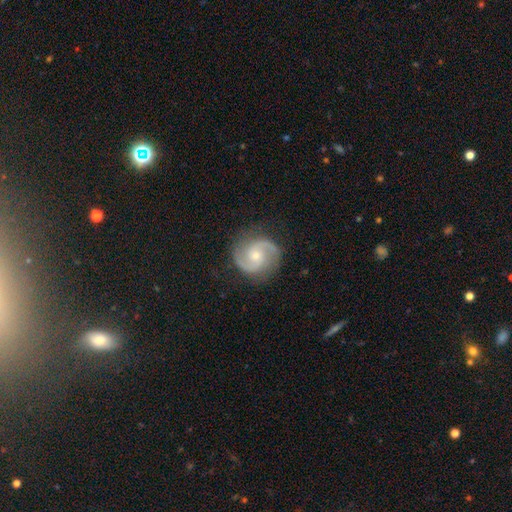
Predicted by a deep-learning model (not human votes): smooth_or_featured: featured or disk (p=0.89) [alt: smooth p=0.06]
disk_edge_on: no (p=0.98) [alt: yes p=0.02]
bar: no (p=0.60) [alt: weak p=0.34]
has_spiral_arms: yes (p=0.98) [alt: no p=0.02]
spiral_winding: medium (p=0.59) [alt: tight p=0.22]
spiral_arm_count: 2 (p=0.93) [alt: can't tell p=0.02]
bulge_size: small (p=0.54) [alt: moderate p=0.42]
merging: none (p=0.84) [alt: minor disturbance p=0.12]